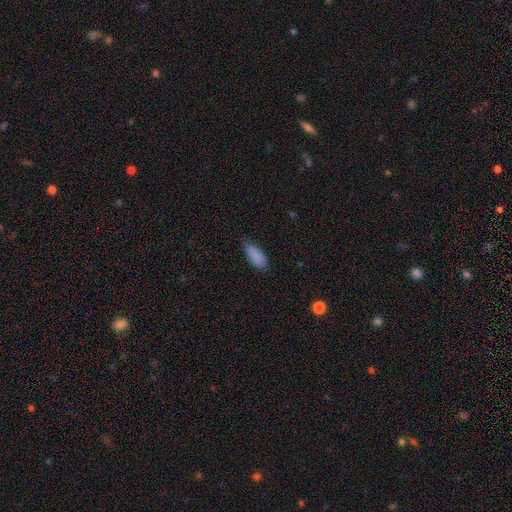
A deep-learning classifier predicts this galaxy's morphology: Smooth or featured?
  - smooth: 87% *
  - star or artifact: 7%
  - featured or disk: 6%
How rounded?
  - in between: 80% *
  - cigar-shaped: 18%
  - round: 2%
Merging?
  - none: 73% *
  - minor disturbance: 21%
  - major disturbance: 4%
  - merger: 1%